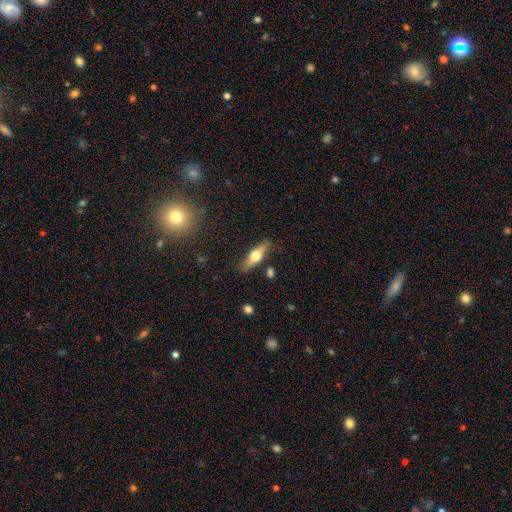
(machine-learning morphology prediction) smooth-or-featured: featured or disk: 54% | smooth: 39% | star or artifact: 6%
  disk-edge-on: yes: 90% | no: 10%
  merging: none: 82% | minor disturbance: 12% | major disturbance: 3% | merger: 2%